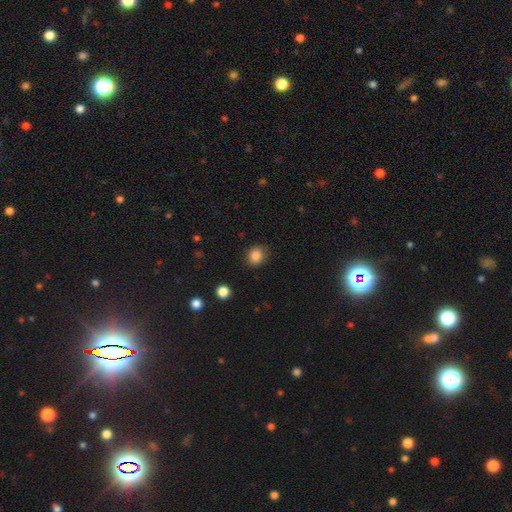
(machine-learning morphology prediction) This is clearly a smooth galaxy (85%). How rounded: likely round (75%). Merging: clearly none (86%).